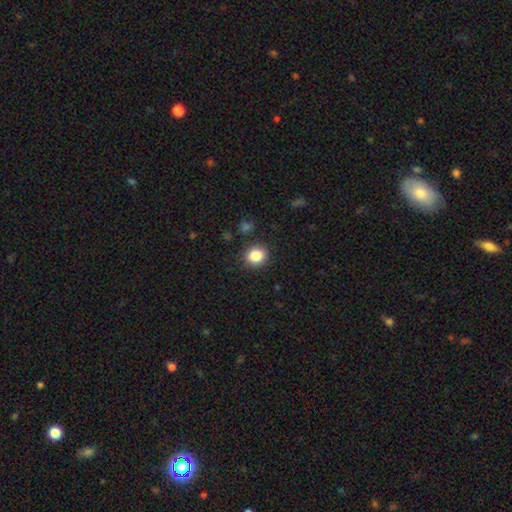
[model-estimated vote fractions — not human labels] smooth_or_featured: smooth (p=0.85) [alt: star or artifact p=0.11]
how_rounded: round (p=0.80) [alt: in between p=0.19]
merging: none (p=0.89) [alt: minor disturbance p=0.07]